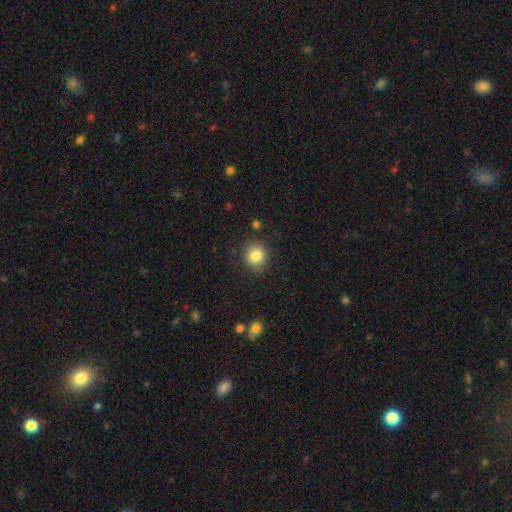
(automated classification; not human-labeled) This appears to be a smooth galaxy with no disk features (84%) that is round (86%). Merging: none (87%).